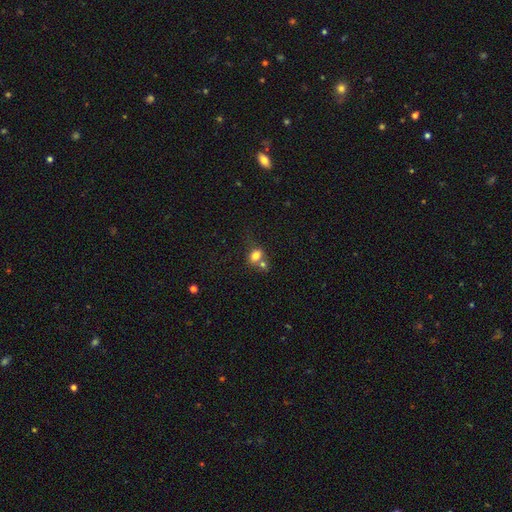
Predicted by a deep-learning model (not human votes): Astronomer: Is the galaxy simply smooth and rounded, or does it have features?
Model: smooth — 77%.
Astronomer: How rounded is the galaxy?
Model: in between — 58% (runner-up: round, 40%).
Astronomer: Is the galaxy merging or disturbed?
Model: merger — 43% (runner-up: none, 36%).